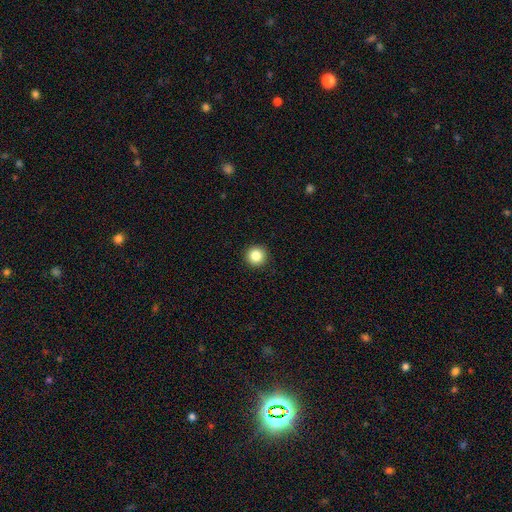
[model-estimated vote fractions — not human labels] The model was most divided on "smooth or featured": smooth: 85%, star or artifact: 11%, featured or disk: 4%. More confident: how rounded — round (95%); merging — none (93%).